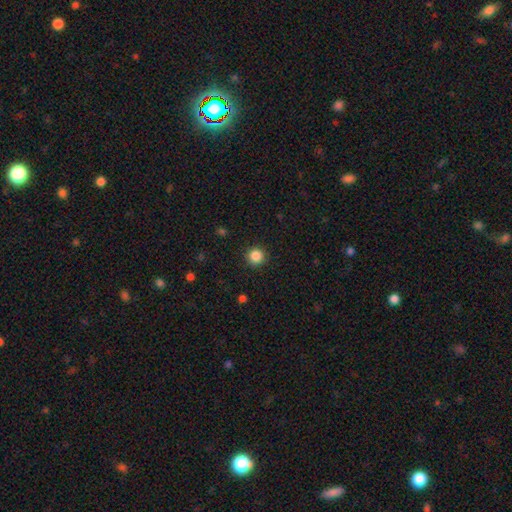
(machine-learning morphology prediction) Smooth or featured? smooth (86%)
How rounded? round (95%)
Merging? none (92%)